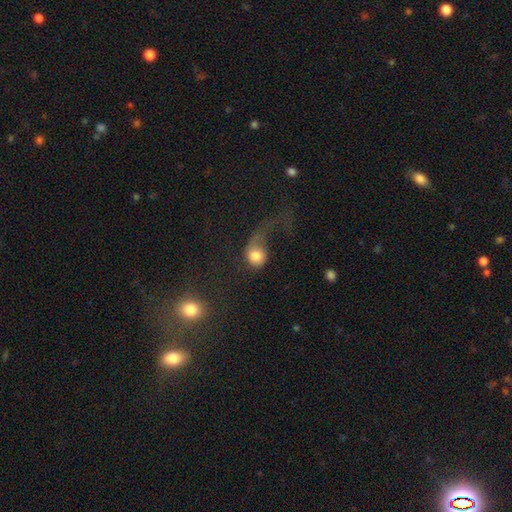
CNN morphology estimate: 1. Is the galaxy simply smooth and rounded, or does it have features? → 68% smooth, 23% featured or disk, 9% star or artifact.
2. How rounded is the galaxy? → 71% round, 28% in between, 2% cigar-shaped.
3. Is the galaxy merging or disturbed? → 63% major disturbance, 18% none, 14% minor disturbance, 6% merger.